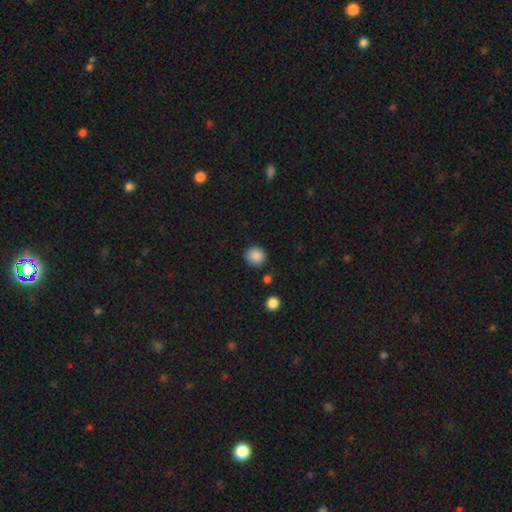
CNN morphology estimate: Smooth or featured? Predicted: smooth (p=0.88). How rounded? Predicted: round (p=0.90). Merging? Predicted: none (p=0.87).